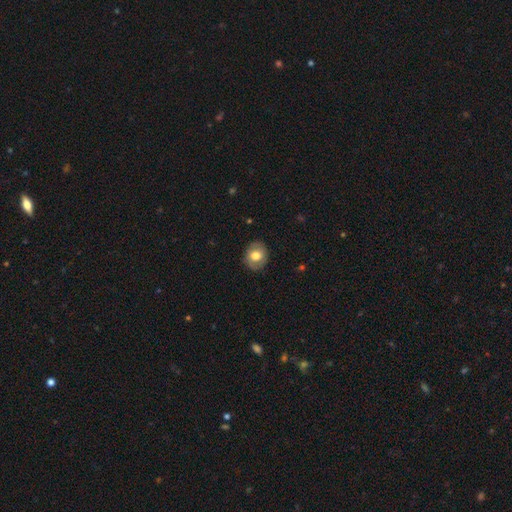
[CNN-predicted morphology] The model was most divided on "how rounded": round: 67%, in between: 32%, cigar-shaped: 1%. More confident: merging — none (86%); smooth or featured — smooth (74%).